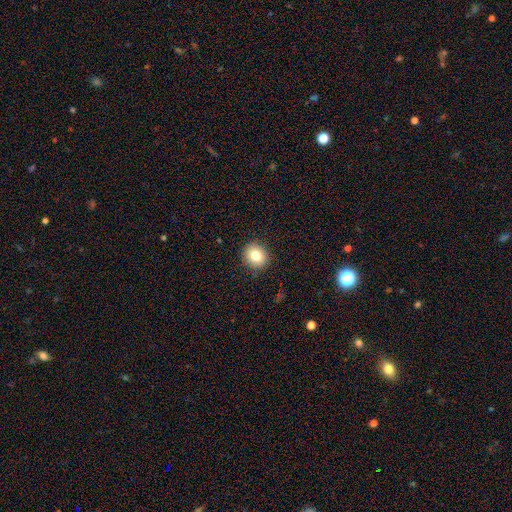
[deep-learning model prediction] The model was most divided on "how rounded": round: 83%, in between: 16%, cigar-shaped: 1%. More confident: merging — none (90%); smooth or featured — smooth (80%).